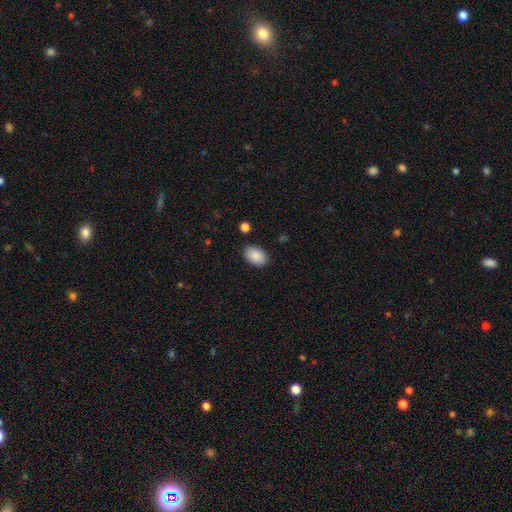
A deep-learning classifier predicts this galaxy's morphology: Smooth or featured?
  - smooth: 90% *
  - star or artifact: 7%
  - featured or disk: 4%
How rounded?
  - in between: 89% *
  - round: 10%
  - cigar-shaped: 1%
Merging?
  - none: 86% *
  - minor disturbance: 10%
  - major disturbance: 2%
  - merger: 2%